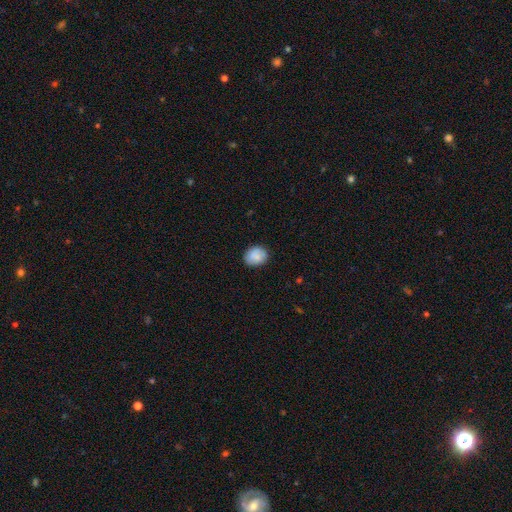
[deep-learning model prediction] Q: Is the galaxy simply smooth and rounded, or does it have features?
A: smooth — 79%.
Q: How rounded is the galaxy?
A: round — 57%.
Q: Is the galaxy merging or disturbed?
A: none — 82%.